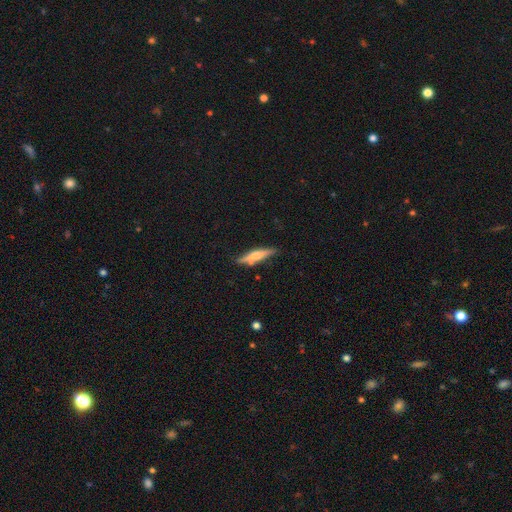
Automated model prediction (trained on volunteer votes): Smooth or featured: featured or disk — 55% (smooth — 39%)
Edge-on disk: yes — 95% (no — 5%)
Edge-on bulge: rounded — 83% (boxy — 9%)
Merging: none — 78% (minor disturbance — 13%)